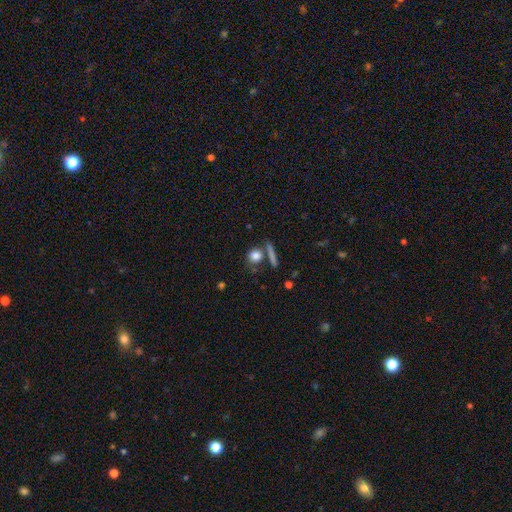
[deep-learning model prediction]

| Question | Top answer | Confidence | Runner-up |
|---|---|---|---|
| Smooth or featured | smooth | 82% | star or artifact (9%) |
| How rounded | round | 74% | in between (18%) |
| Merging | none | 69% | merger (15%) |